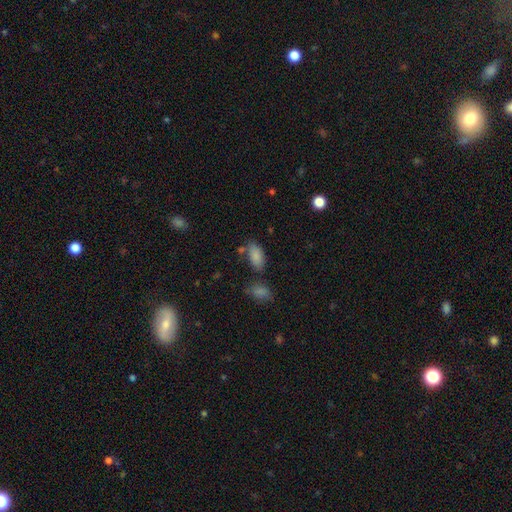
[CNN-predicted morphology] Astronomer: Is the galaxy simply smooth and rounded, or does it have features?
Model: smooth — 86%.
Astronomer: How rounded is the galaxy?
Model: in between — 92%.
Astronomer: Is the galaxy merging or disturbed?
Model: none — 65%.